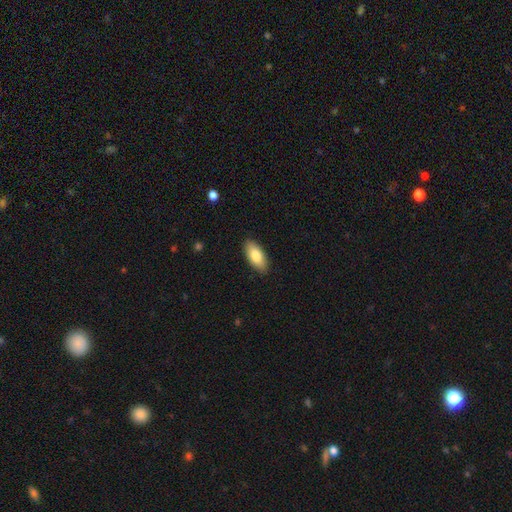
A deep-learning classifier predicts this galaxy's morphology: smooth-or-featured: smooth: 82% | featured or disk: 12% | star or artifact: 6%
  how-rounded: in between: 89% | cigar-shaped: 9% | round: 2%
  merging: none: 89% | minor disturbance: 8% | major disturbance: 2% | merger: 1%